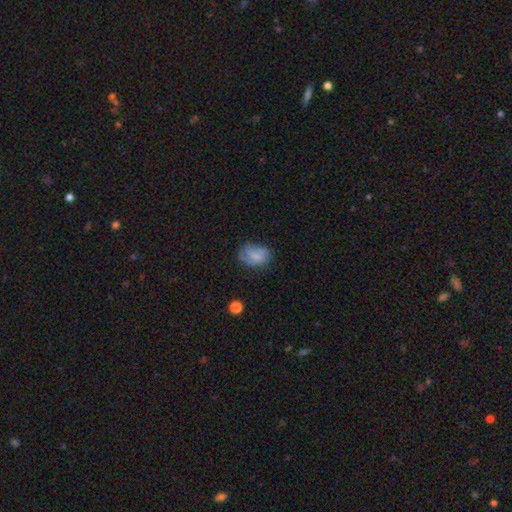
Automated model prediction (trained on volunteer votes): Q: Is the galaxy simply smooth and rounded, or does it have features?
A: smooth — 63%.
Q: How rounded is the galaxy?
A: in between — 75%.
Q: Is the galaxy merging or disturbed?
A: none — 52%.